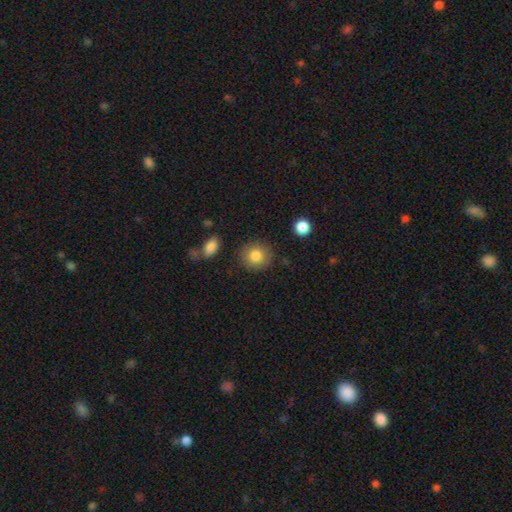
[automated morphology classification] smooth-or-featured: smooth: 83% | featured or disk: 9% | star or artifact: 8%
  how-rounded: round: 89% | in between: 10% | cigar-shaped: 1%
  merging: none: 86% | minor disturbance: 9% | major disturbance: 3% | merger: 2%